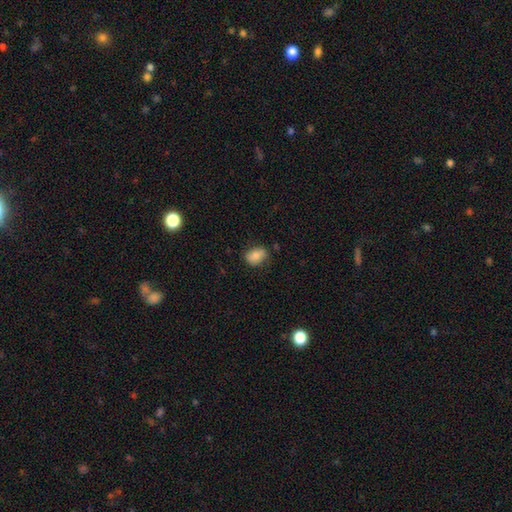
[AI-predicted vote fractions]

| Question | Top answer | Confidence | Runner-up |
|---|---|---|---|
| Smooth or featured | smooth | 82% | featured or disk (9%) |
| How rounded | in between | 71% | round (28%) |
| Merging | none | 75% | minor disturbance (20%) |